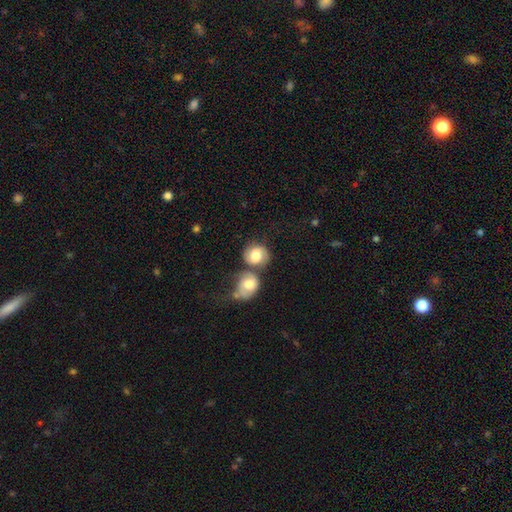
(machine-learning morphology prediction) Smooth or featured?
  - smooth: 58% *
  - featured or disk: 35%
  - star or artifact: 7%
How rounded?
  - round: 74% *
  - in between: 25%
  - cigar-shaped: 1%
Merging?
  - merger: 50% *
  - none: 32%
  - minor disturbance: 11%
  - major disturbance: 7%